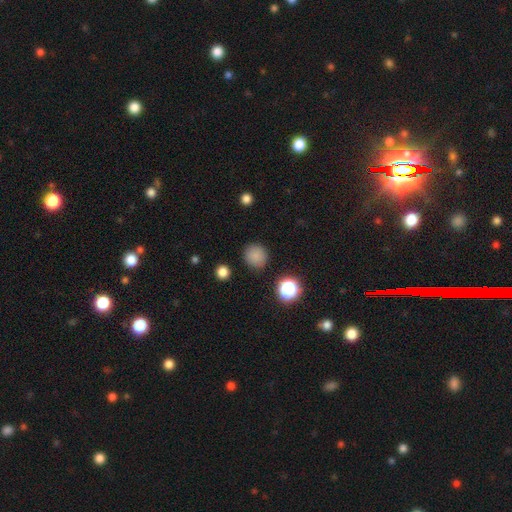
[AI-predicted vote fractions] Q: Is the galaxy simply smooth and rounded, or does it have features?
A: smooth — 82%.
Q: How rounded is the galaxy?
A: round — 91%.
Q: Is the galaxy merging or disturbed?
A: none — 88%.